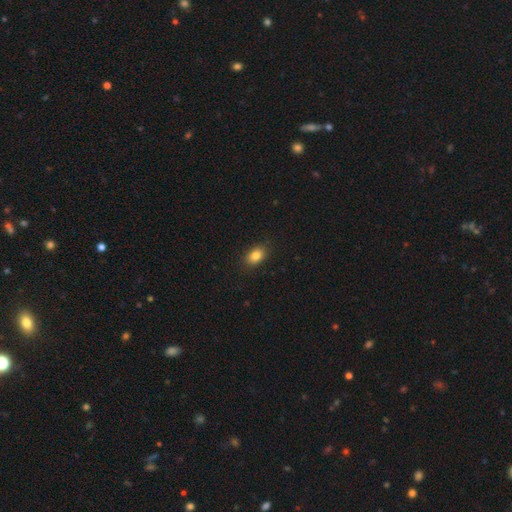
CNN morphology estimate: A smooth galaxy with no disk features (83%) that is in between round and cigar-shaped (78%).

Vote fractions:
- Smooth or featured? smooth: 83% / star or artifact: 10% / featured or disk: 7%
- How rounded? in between: 78% / round: 21% / cigar-shaped: 2%
- Merging? none: 86% / minor disturbance: 10% / major disturbance: 2% / merger: 1%